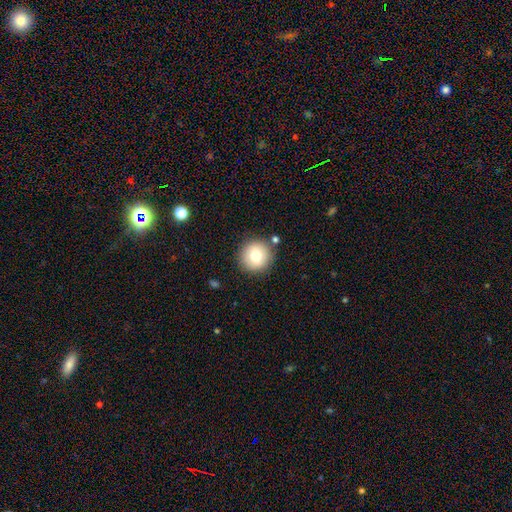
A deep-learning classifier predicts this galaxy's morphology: smooth_or_featured: smooth (p=0.77) [alt: featured or disk p=0.14]
how_rounded: round (p=0.93) [alt: in between p=0.06]
merging: none (p=0.86) [alt: minor disturbance p=0.08]